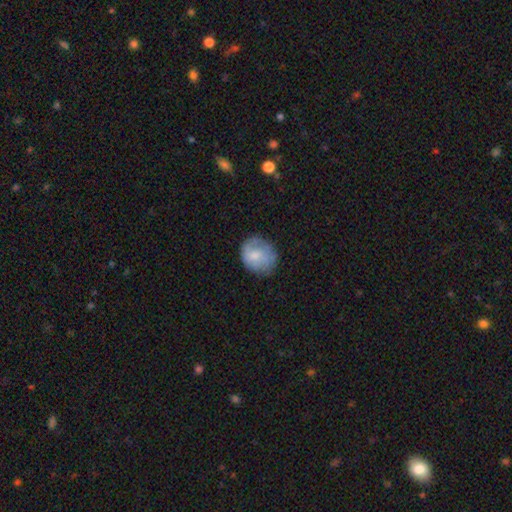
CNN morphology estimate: type=smooth (61%); roundness=round (67%); merging=none (67%).